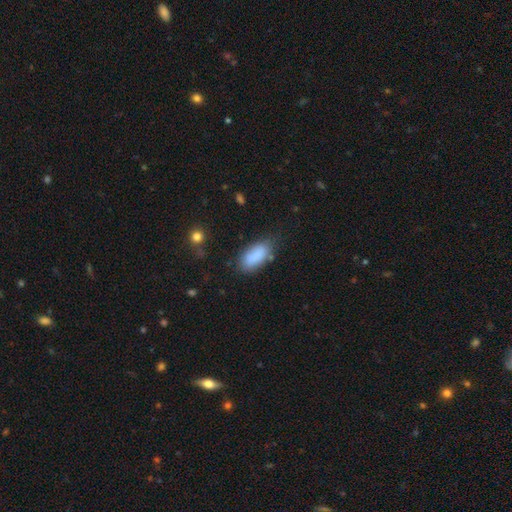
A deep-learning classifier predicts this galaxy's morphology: The model was most divided on "merging": none: 68%, minor disturbance: 22%, major disturbance: 6%, merger: 4%. More confident: how rounded — in between (89%); smooth or featured — smooth (86%).